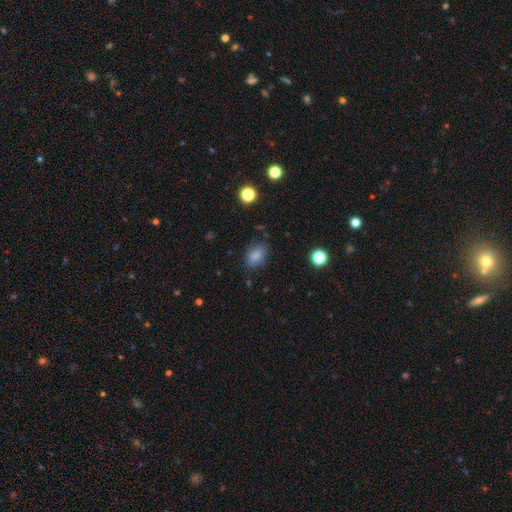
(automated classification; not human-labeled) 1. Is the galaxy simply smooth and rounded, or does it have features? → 81% smooth, 10% star or artifact, 9% featured or disk.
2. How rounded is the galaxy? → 81% in between, 17% round, 2% cigar-shaped.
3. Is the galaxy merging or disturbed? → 74% none, 18% minor disturbance, 5% major disturbance, 2% merger.